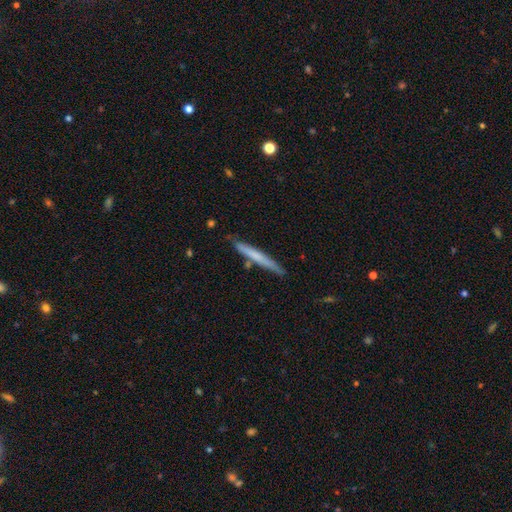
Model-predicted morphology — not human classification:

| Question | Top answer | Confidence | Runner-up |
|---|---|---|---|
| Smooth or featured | smooth | 60% | featured or disk (34%) |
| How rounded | cigar-shaped | 96% | in between (3%) |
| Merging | none | 83% | minor disturbance (12%) |